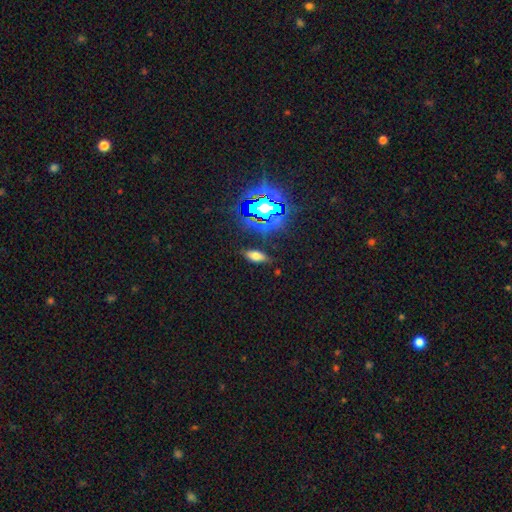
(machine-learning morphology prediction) smooth_or_featured: smooth (p=0.63) [alt: star or artifact p=0.23]
how_rounded: in between (p=0.78) [alt: cigar-shaped p=0.17]
merging: none (p=0.82) [alt: minor disturbance p=0.12]